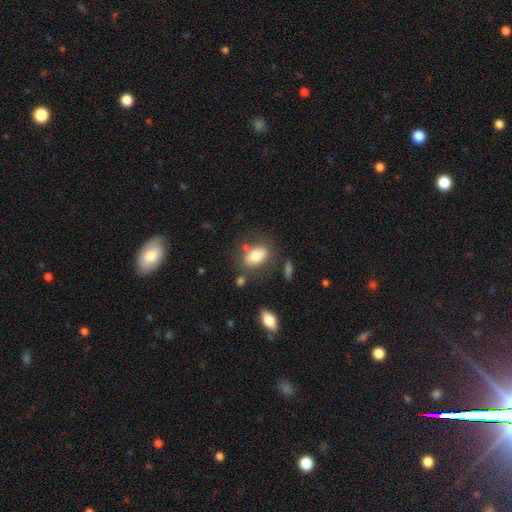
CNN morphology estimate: smooth 74%, featured or disk 18%, star or artifact 8%. Down the decision tree: how rounded — in between (83%); merging — none (67%).